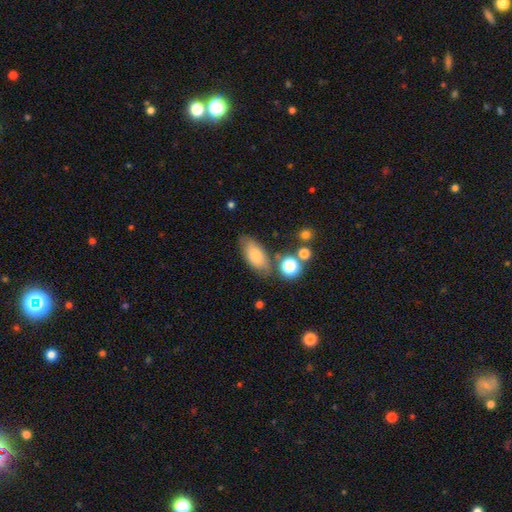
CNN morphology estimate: Smooth or featured: smooth — 77% (featured or disk — 15%)
How rounded: in between — 87% (cigar-shaped — 8%)
Merging: none — 68% (minor disturbance — 18%)